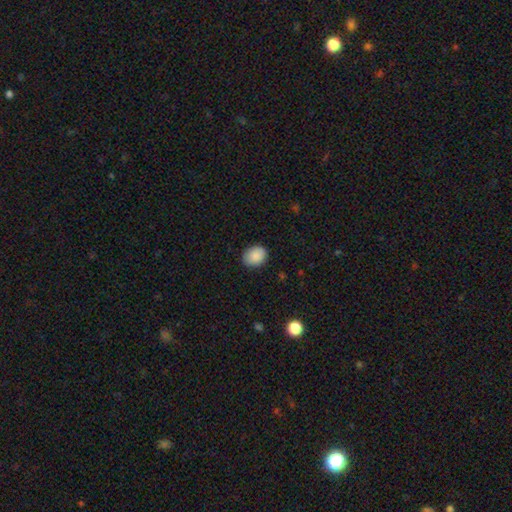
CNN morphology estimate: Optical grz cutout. It shows a smooth galaxy with no disk features (88%) that is in between round and cigar-shaped (56%). Merging: none (85%).